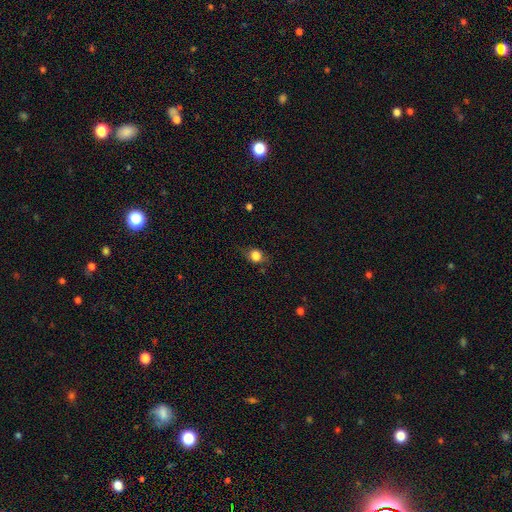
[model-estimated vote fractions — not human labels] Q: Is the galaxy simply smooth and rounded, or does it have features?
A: smooth — 76%.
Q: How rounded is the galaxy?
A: round — 63%.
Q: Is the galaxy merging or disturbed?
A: none — 71%.